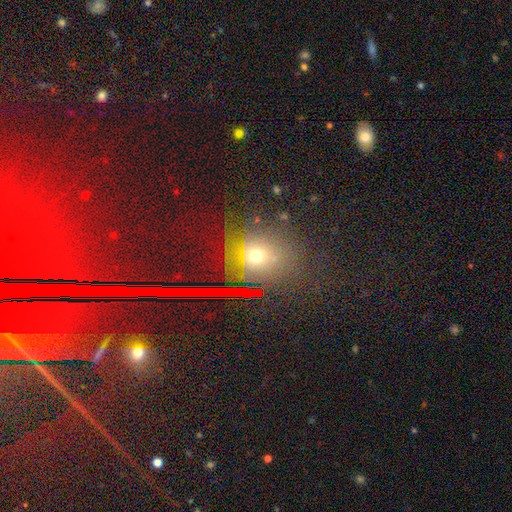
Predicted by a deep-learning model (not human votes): smooth_or_featured: smooth (p=0.48) [alt: star or artifact p=0.36]
merging: none (p=0.70) [alt: minor disturbance p=0.15]